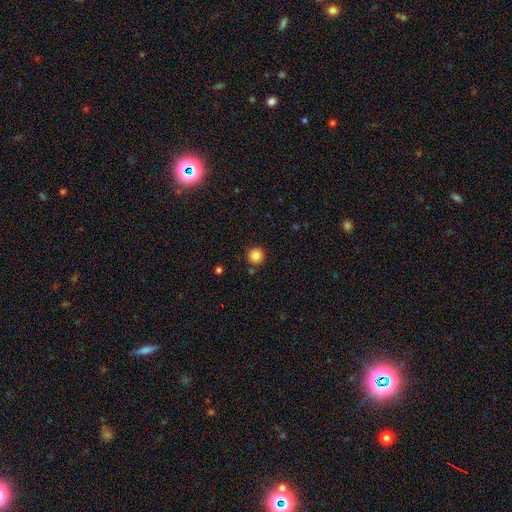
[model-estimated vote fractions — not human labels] smooth_or_featured: smooth (p=0.85) [alt: star or artifact p=0.11]
how_rounded: round (p=0.96) [alt: in between p=0.04]
merging: none (p=0.89) [alt: minor disturbance p=0.06]